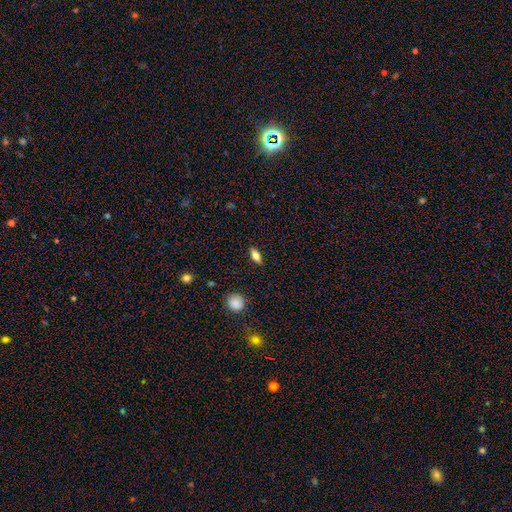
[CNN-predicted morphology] type=smooth (65%); roundness=in between (72%); merging=none (88%).